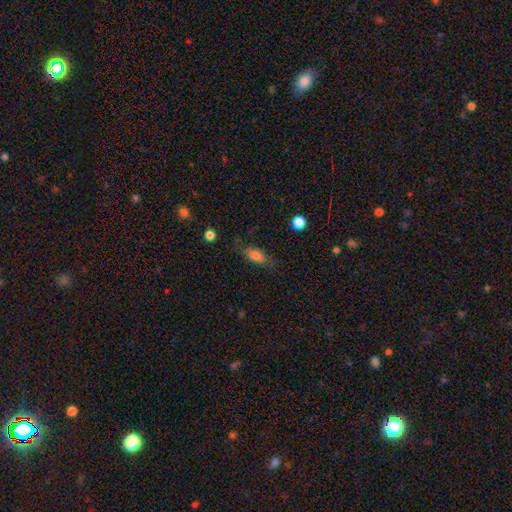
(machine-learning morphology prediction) smooth_or_featured: smooth (p=0.75) [alt: featured or disk p=0.16]
how_rounded: in between (p=0.73) [alt: cigar-shaped p=0.23]
merging: none (p=0.72) [alt: minor disturbance p=0.19]